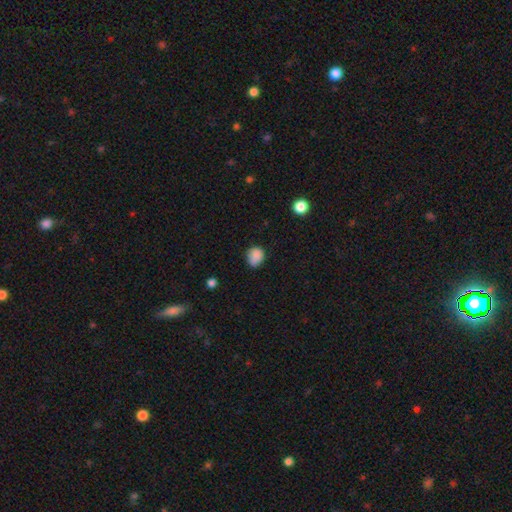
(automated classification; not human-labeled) Smooth or featured: smooth — 84% (star or artifact — 10%)
How rounded: round — 59% (in between — 40%)
Merging: none — 59% (minor disturbance — 30%)